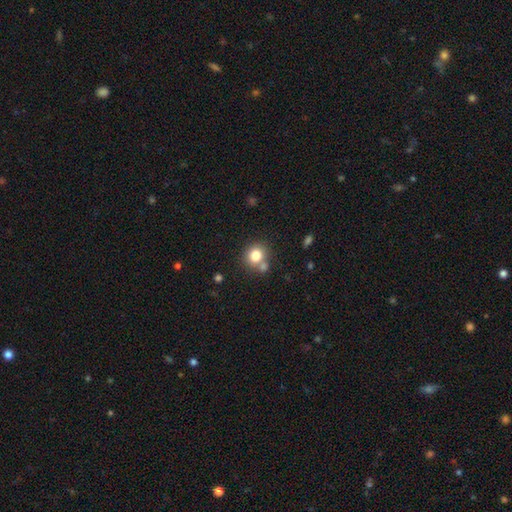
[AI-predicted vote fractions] The model was most divided on "merging": none: 64%, merger: 22%, minor disturbance: 10%, major disturbance: 4%. More confident: how rounded — round (82%); smooth or featured — smooth (79%).